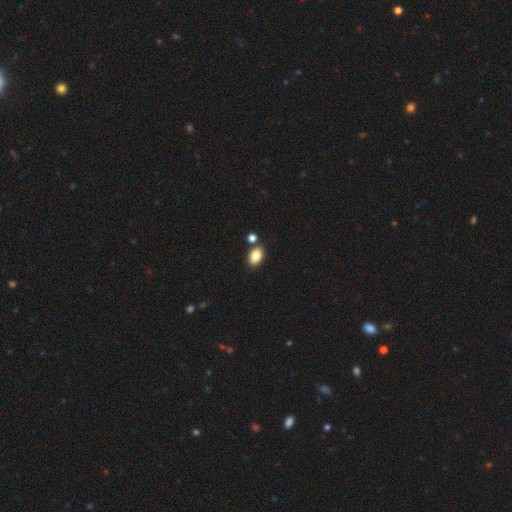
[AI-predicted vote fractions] A smooth galaxy with no disk features (84%) that is in between round and cigar-shaped (84%).

Vote fractions:
- Smooth or featured? smooth: 84% / star or artifact: 9% / featured or disk: 7%
- How rounded? in between: 84% / round: 15% / cigar-shaped: 1%
- Merging? none: 78% / merger: 10% / minor disturbance: 10% / major disturbance: 2%